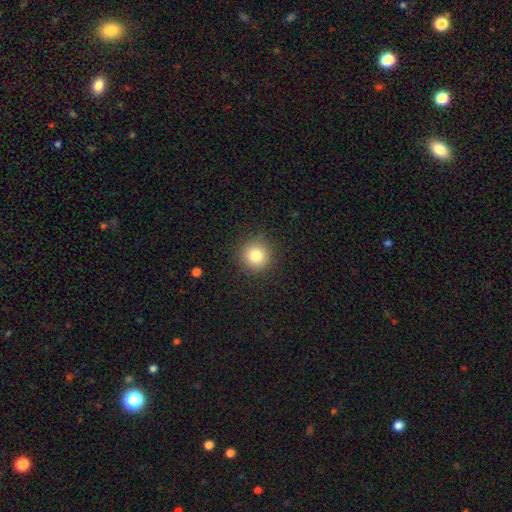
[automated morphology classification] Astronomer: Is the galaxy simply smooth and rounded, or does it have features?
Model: smooth — 81%.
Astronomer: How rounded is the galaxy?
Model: round — 94%.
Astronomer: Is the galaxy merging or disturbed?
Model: none — 89%.